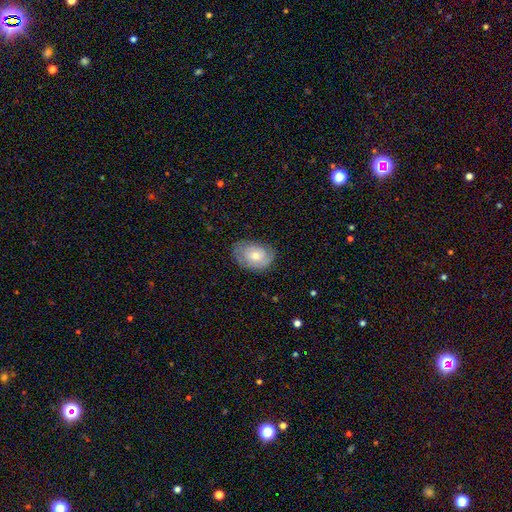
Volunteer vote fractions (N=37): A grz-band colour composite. It shows a smooth galaxy with no disk features (57%) that is in between round and cigar-shaped (81%). Merging: none (83%).